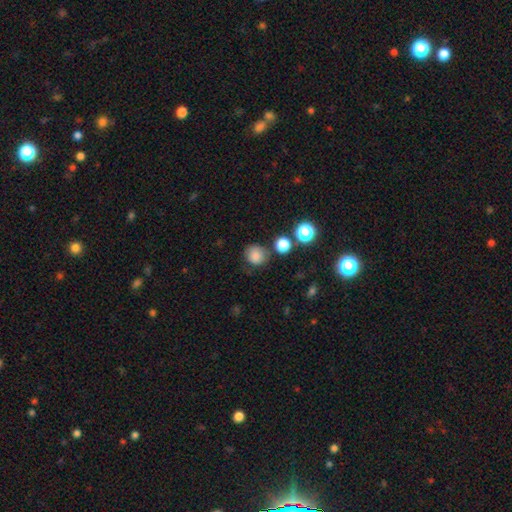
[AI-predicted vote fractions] Smooth or featured? Predicted: smooth (p=0.82). How rounded? Predicted: round (p=0.86). Merging? Predicted: none (p=0.73).